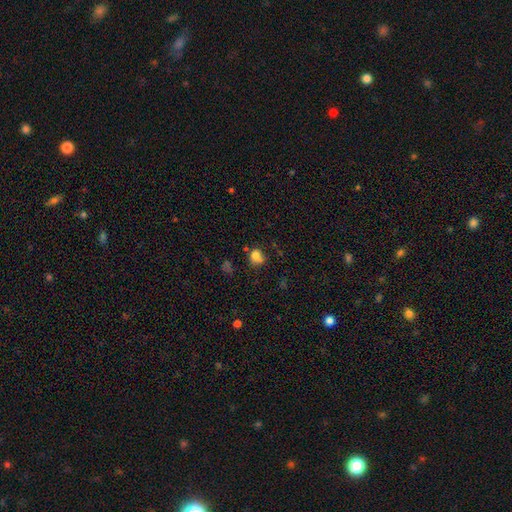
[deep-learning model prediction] Morphology: type=smooth (74%); roundness=round (71%); merging=none (46%).